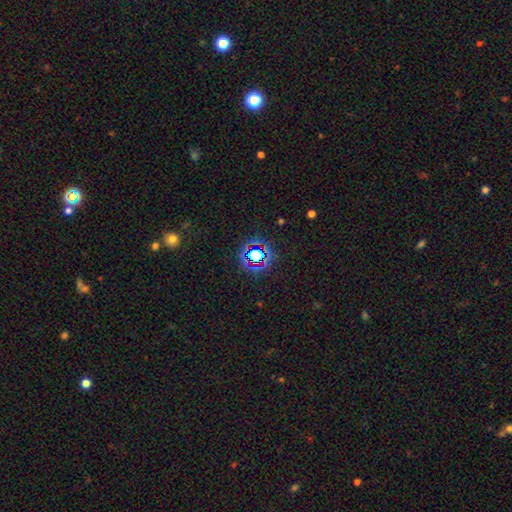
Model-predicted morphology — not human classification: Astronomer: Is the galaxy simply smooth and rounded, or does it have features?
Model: star or artifact — 70%.